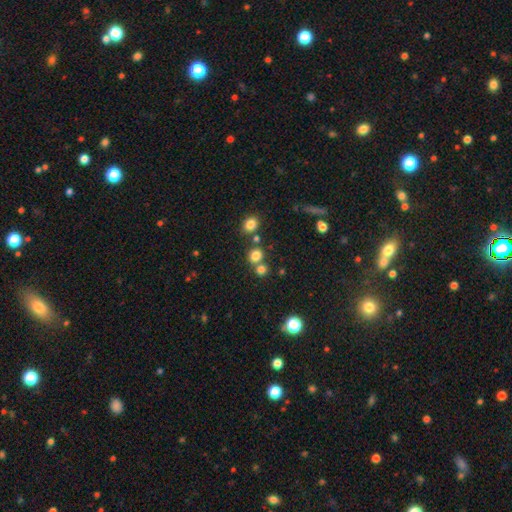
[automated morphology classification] Smooth or featured: smooth — 78% (star or artifact — 15%)
How rounded: round — 77% (in between — 22%)
Merging: none — 61% (merger — 27%)